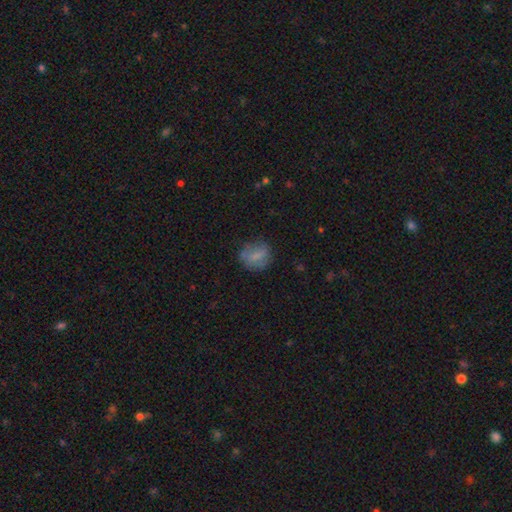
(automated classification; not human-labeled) Smooth or featured? Predicted: smooth (p=0.70). How rounded? Predicted: round (p=0.69). Merging? Predicted: none (p=0.69).